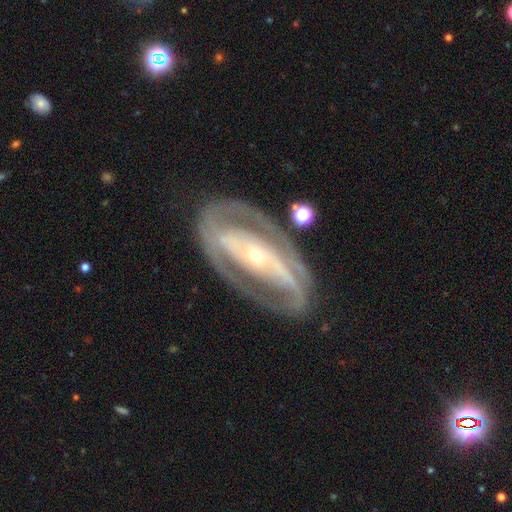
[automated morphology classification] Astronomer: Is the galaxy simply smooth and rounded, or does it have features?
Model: featured or disk — 86%.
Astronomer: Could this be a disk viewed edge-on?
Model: no — 91%.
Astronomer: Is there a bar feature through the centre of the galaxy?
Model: strong — 48% (runner-up: no, 33%).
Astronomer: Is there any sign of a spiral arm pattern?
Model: yes — 73%.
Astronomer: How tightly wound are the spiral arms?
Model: tight — 50% (runner-up: medium, 35%).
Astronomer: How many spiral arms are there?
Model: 2 — 74%.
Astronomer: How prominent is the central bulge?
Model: small — 70%.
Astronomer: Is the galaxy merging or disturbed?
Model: none — 74%.